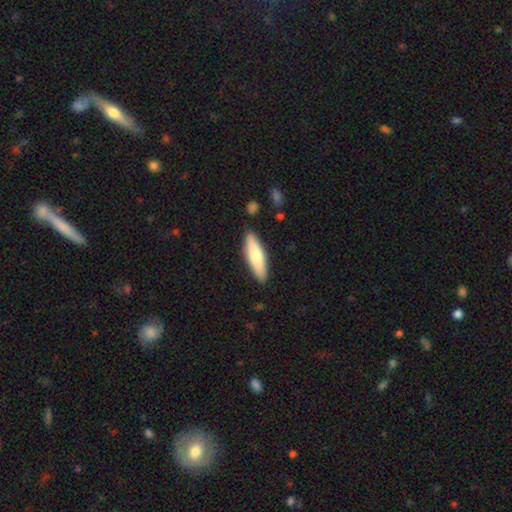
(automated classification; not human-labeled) A smooth galaxy with no disk features (68%) that is cigar-shaped (62%).

Vote fractions:
- Smooth or featured? smooth: 68% / featured or disk: 26% / star or artifact: 5%
- How rounded? cigar-shaped: 62% / in between: 36% / round: 2%
- Merging? none: 87% / minor disturbance: 9% / major disturbance: 2% / merger: 2%